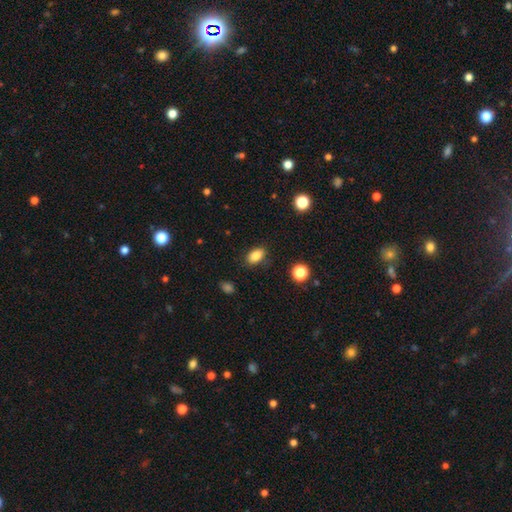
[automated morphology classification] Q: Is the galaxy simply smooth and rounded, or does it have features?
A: smooth — 85%.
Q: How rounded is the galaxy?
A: in between — 88%.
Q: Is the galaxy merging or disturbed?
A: none — 85%.